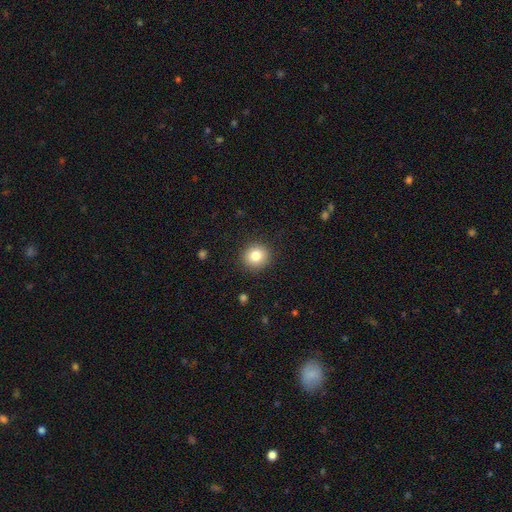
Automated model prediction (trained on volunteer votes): Smooth or featured?
  - smooth: 82% *
  - star or artifact: 10%
  - featured or disk: 8%
How rounded?
  - round: 90% *
  - in between: 9%
  - cigar-shaped: 1%
Merging?
  - none: 91% *
  - minor disturbance: 6%
  - major disturbance: 2%
  - merger: 1%